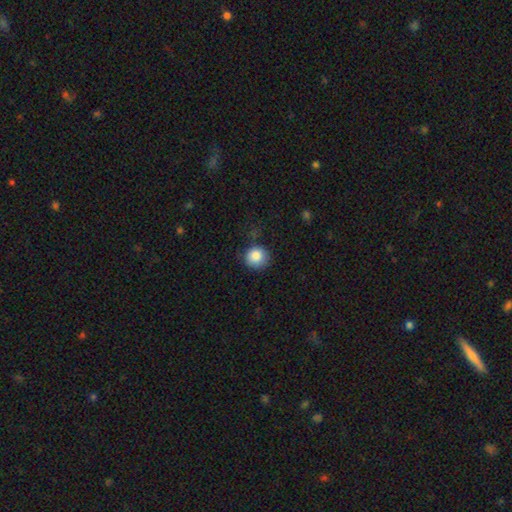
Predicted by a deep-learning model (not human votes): Smooth or featured?
  - smooth: 86% *
  - star or artifact: 9%
  - featured or disk: 5%
How rounded?
  - round: 90% *
  - in between: 10%
  - cigar-shaped: 1%
Merging?
  - none: 75% *
  - minor disturbance: 18%
  - major disturbance: 4%
  - merger: 2%